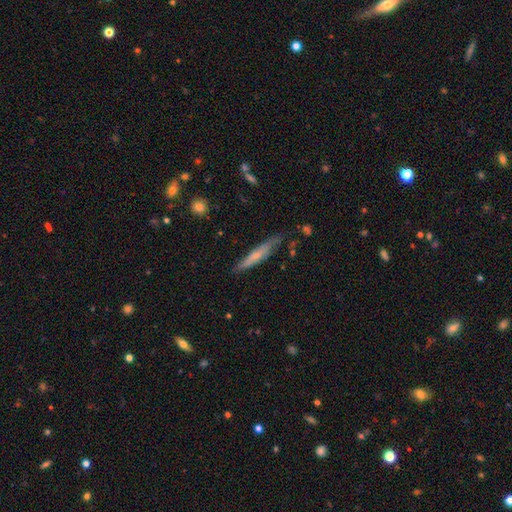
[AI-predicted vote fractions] smooth-or-featured: smooth: 49% | featured or disk: 45% | star or artifact: 6%
  merging: none: 72% | minor disturbance: 22% | major disturbance: 4% | merger: 3%